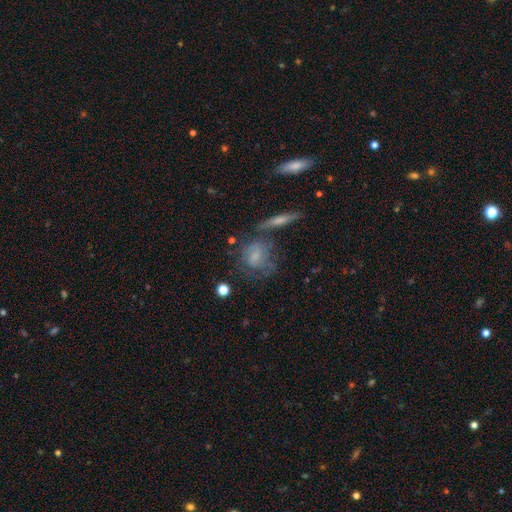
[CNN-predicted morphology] This is possibly a smooth galaxy (54%). How rounded: possibly round (60%). Merging: possibly none (47%).